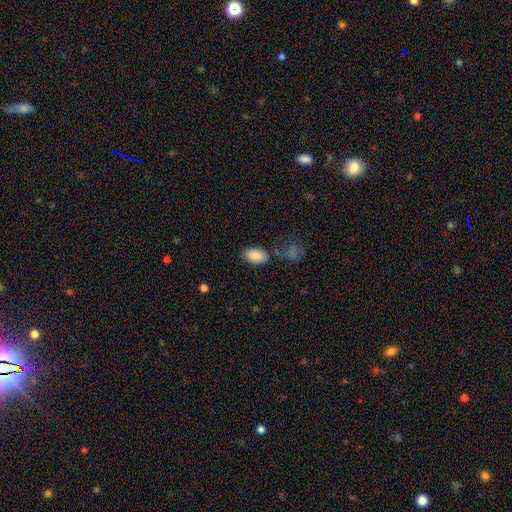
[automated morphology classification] smooth 87%, star or artifact 7%, featured or disk 5%. Down the decision tree: how rounded — in between (93%); merging — none (77%).